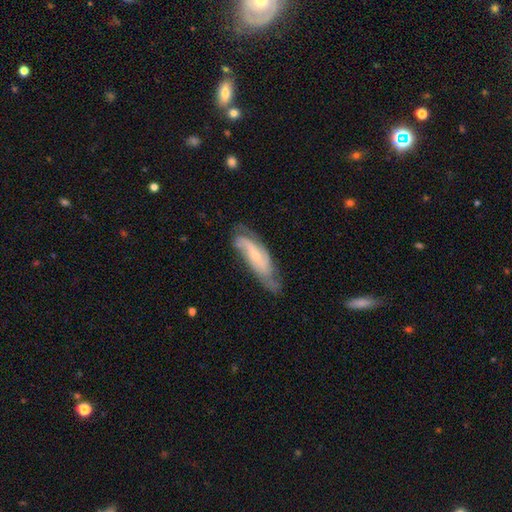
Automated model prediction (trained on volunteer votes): smooth_or_featured: featured or disk (p=0.73) [alt: smooth p=0.21]
disk_edge_on: no (p=0.81) [alt: yes p=0.19]
bar: no (p=0.53) [alt: weak p=0.32]
has_spiral_arms: yes (p=0.91) [alt: no p=0.09]
spiral_winding: medium (p=0.43) [alt: tight p=0.31]
spiral_arm_count: 2 (p=0.60) [alt: can't tell p=0.22]
bulge_size: small (p=0.70) [alt: moderate p=0.24]
merging: none (p=0.59) [alt: minor disturbance p=0.28]